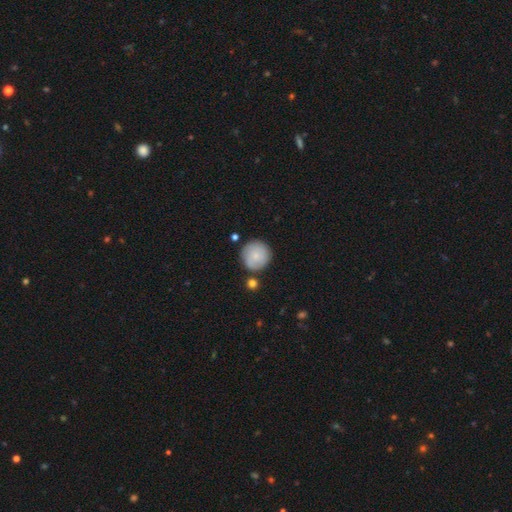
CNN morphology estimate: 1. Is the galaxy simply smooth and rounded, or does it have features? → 76% smooth, 17% featured or disk, 7% star or artifact.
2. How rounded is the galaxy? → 94% round, 5% in between, 1% cigar-shaped.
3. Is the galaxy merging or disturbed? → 79% none, 12% minor disturbance, 6% merger, 3% major disturbance.